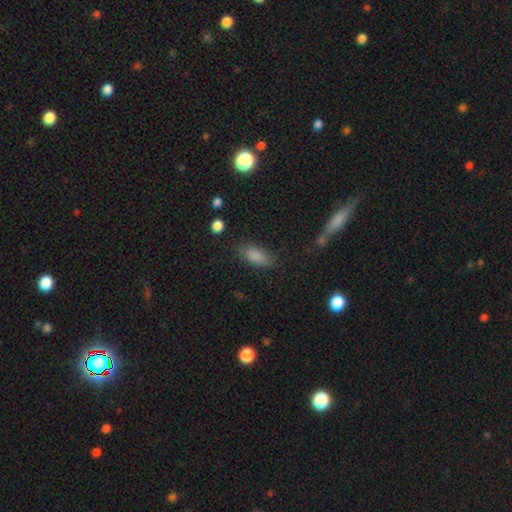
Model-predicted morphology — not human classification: smooth 85%, star or artifact 9%, featured or disk 6%. Down the decision tree: how rounded — in between (87%); merging — none (78%).